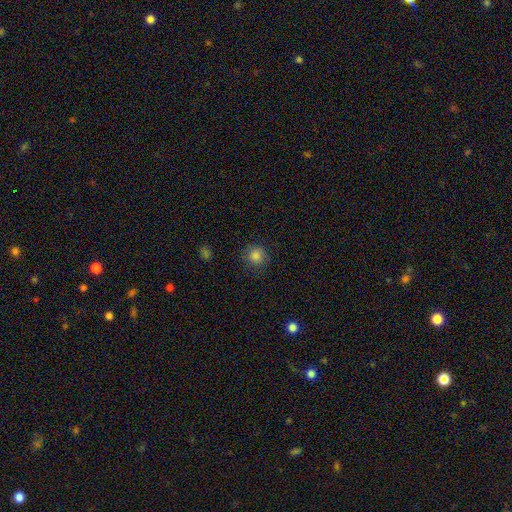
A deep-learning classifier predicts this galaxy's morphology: Overall: smooth (83%). How rounded: round (92%). Merging: none (85%).